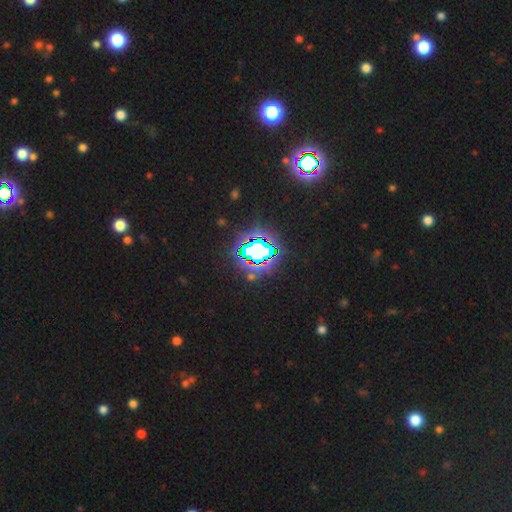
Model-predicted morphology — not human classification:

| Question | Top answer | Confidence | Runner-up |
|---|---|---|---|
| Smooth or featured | star or artifact | 74% | smooth (15%) |